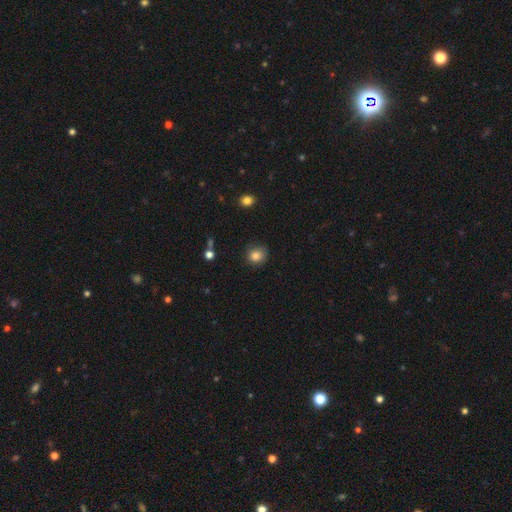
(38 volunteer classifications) smooth 95%, featured or disk 3%, star or artifact 3%. Down the decision tree: how rounded — round (94%); merging — none (95%).